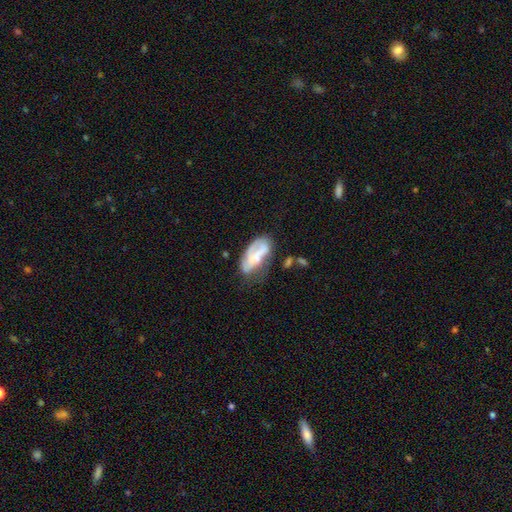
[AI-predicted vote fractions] This appears to be a featured or disk galaxy (48%). Merging: none (35%).